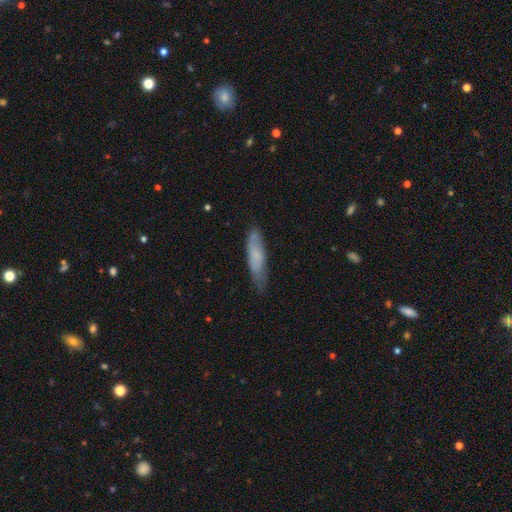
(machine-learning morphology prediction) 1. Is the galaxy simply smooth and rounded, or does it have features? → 63% smooth, 31% featured or disk, 7% star or artifact.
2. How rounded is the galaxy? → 72% cigar-shaped, 26% in between, 1% round.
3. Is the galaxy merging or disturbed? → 63% none, 28% minor disturbance, 7% major disturbance, 2% merger.